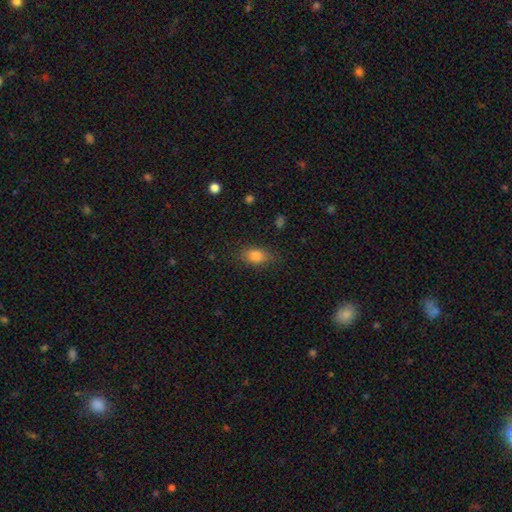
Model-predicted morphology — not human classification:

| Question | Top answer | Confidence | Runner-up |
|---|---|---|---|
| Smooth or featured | smooth | 83% | star or artifact (9%) |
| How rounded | in between | 83% | round (12%) |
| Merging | none | 77% | minor disturbance (16%) |